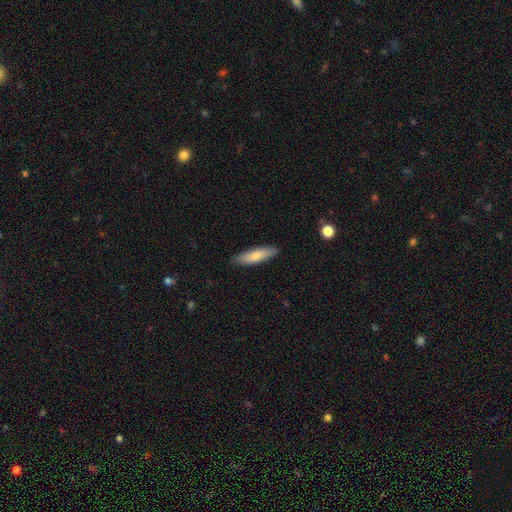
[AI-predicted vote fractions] This is likely a smooth galaxy (74%). How rounded: likely cigar-shaped (66%). Merging: clearly none (86%).